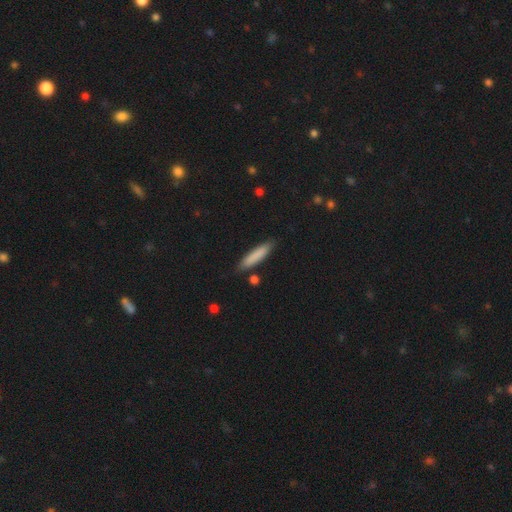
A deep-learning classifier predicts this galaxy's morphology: Smooth or featured? Predicted: smooth (p=0.83). How rounded? Predicted: cigar-shaped (p=0.83). Merging? Predicted: none (p=0.85).